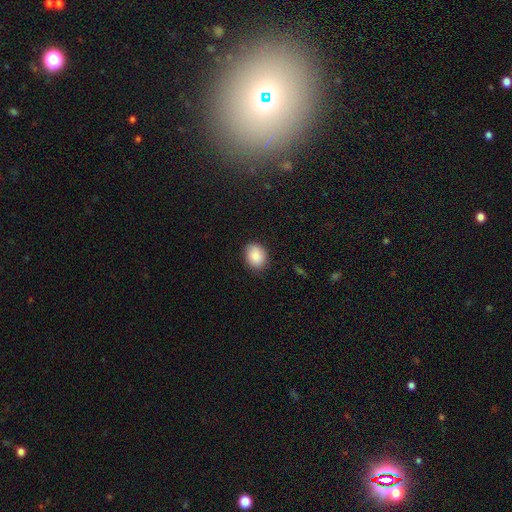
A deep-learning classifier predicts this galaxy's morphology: smooth_or_featured: smooth (p=0.88) [alt: star or artifact p=0.07]
how_rounded: in between (p=0.59) [alt: round p=0.40]
merging: none (p=0.83) [alt: minor disturbance p=0.13]